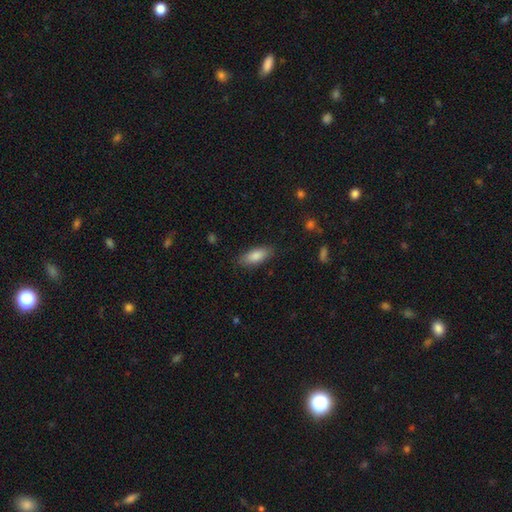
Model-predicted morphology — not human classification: smooth 85%, featured or disk 9%, star or artifact 7%. Down the decision tree: how rounded — in between (77%); merging — none (85%).